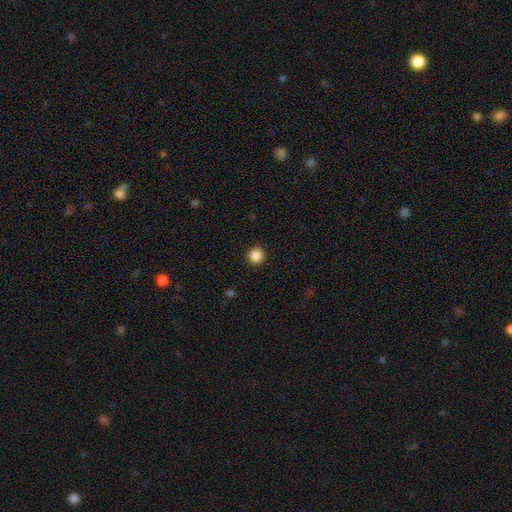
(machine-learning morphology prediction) The model was most divided on "smooth or featured": smooth: 86%, star or artifact: 11%, featured or disk: 3%. More confident: how rounded — round (95%); merging — none (92%).